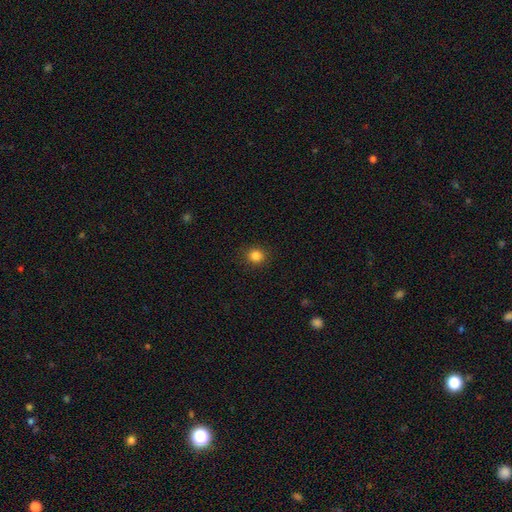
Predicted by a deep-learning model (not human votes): Morphology: type=smooth (84%); roundness=round (86%); merging=none (90%).